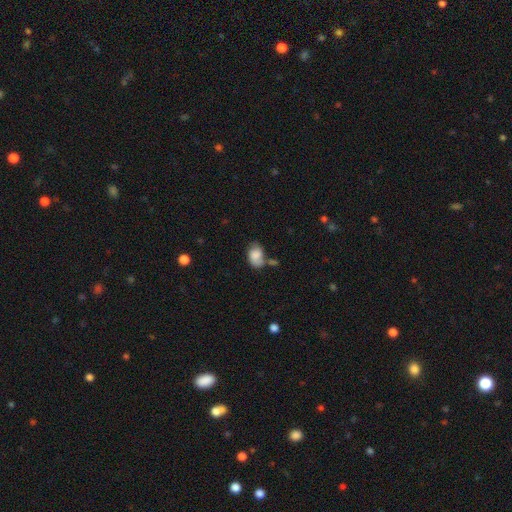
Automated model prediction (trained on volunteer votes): Smooth or featured? Predicted: smooth (p=0.78). How rounded? Predicted: in between (p=0.85). Merging? Predicted: none (p=0.44).